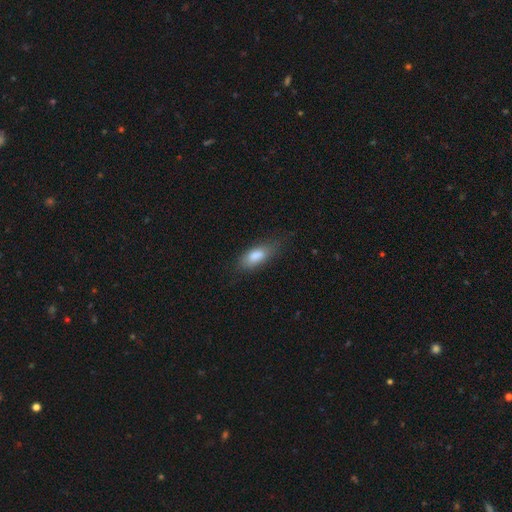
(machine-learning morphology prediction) The model was most divided on "merging": none: 64%, minor disturbance: 26%, major disturbance: 9%, merger: 2%. More confident: smooth or featured — smooth (82%); how rounded — in between (79%).